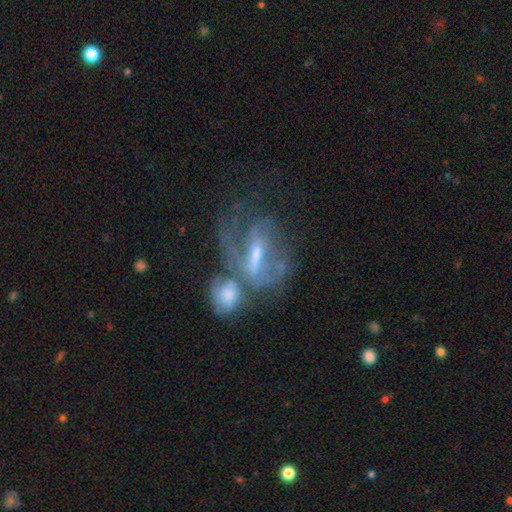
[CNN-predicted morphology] Smooth or featured? Predicted: featured or disk (p=0.77). Edge-on disk? Predicted: no (p=0.93). Bar? Predicted: weak (p=0.42). Spiral arms? Predicted: yes (p=0.72). Spiral winding? Predicted: medium (p=0.41). Spiral arm count? Predicted: 2 (p=0.39). Bulge size? Predicted: moderate (p=0.49). Merging? Predicted: merger (p=0.47).